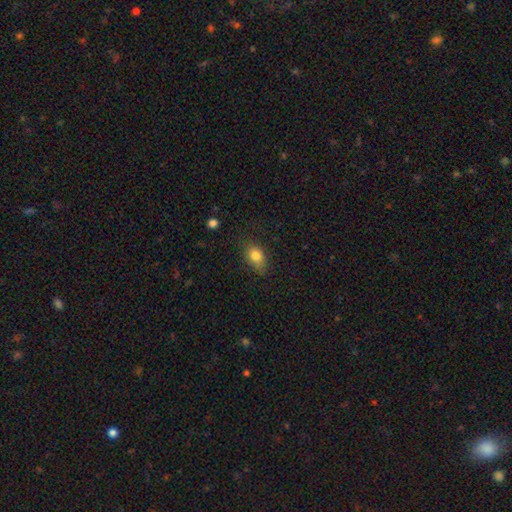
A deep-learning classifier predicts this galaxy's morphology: This appears to be a smooth galaxy with no disk features (81%) that is in between round and cigar-shaped (76%). Merging: none (71%).